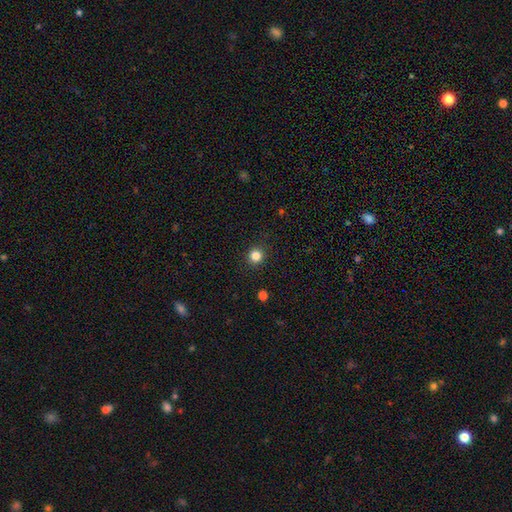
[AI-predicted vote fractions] A smooth galaxy with no disk features (83%) that is round (92%).

Vote fractions:
- Smooth or featured? smooth: 83% / star or artifact: 13% / featured or disk: 4%
- How rounded? round: 92% / in between: 7% / cigar-shaped: 1%
- Merging? none: 92% / minor disturbance: 5% / major disturbance: 2% / merger: 1%